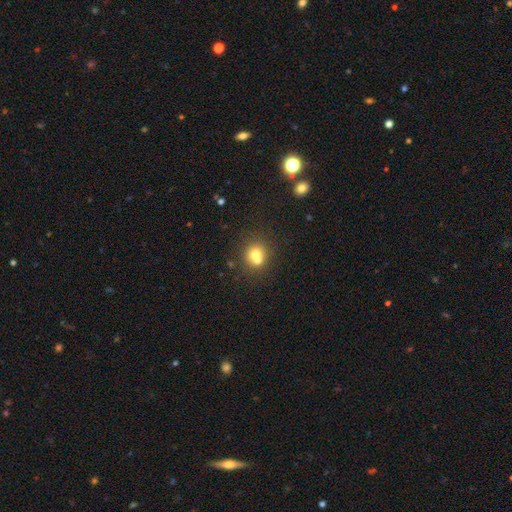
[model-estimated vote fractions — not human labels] A smooth galaxy with no disk features (68%) that is round (84%).

Vote fractions:
- Smooth or featured? smooth: 68% / featured or disk: 18% / star or artifact: 13%
- How rounded? round: 84% / in between: 15% / cigar-shaped: 1%
- Merging? none: 46% / merger: 43% / minor disturbance: 8% / major disturbance: 3%